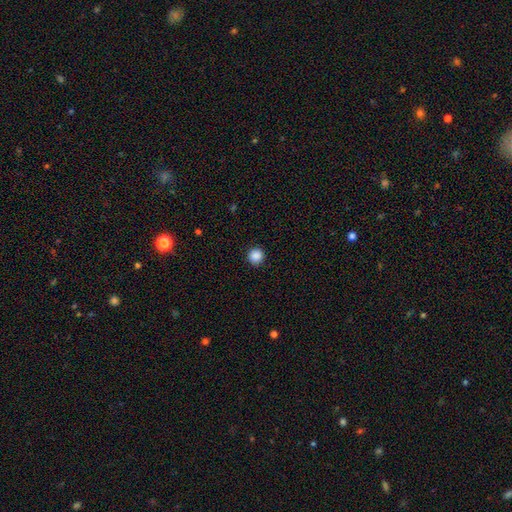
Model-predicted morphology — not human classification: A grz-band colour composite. It shows a smooth galaxy with no disk features (87%) that is round (95%). Merging: none (92%).